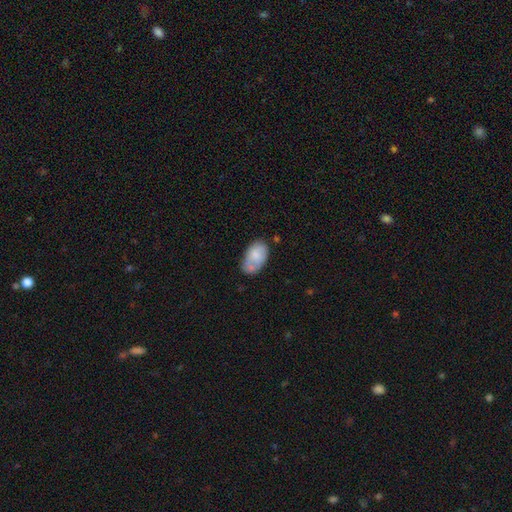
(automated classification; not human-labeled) A smooth galaxy with no disk features (72%) that is in between round and cigar-shaped (93%).

Vote fractions:
- Smooth or featured? smooth: 72% / featured or disk: 21% / star or artifact: 7%
- How rounded? in between: 93% / round: 6% / cigar-shaped: 1%
- Merging? none: 49% / minor disturbance: 30% / merger: 12% / major disturbance: 9%